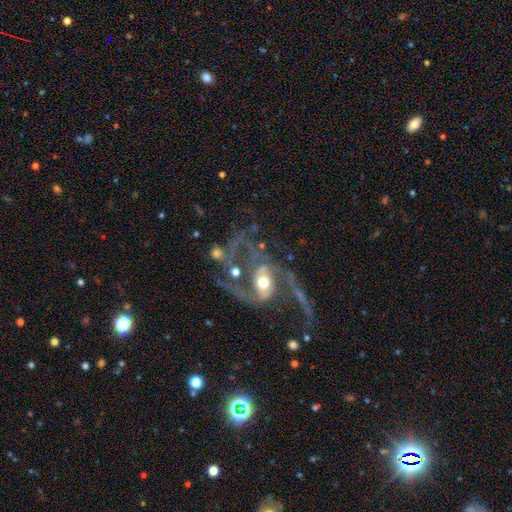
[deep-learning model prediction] featured or disk 85%, star or artifact 10%, smooth 5%. Down the decision tree: edge-on disk — no (97%); bar — weak (39%); spiral arms — yes (93%); spiral arm count — 2 (67%); spiral winding — loose (55%); bulge size — moderate (57%); merging — none (40%).